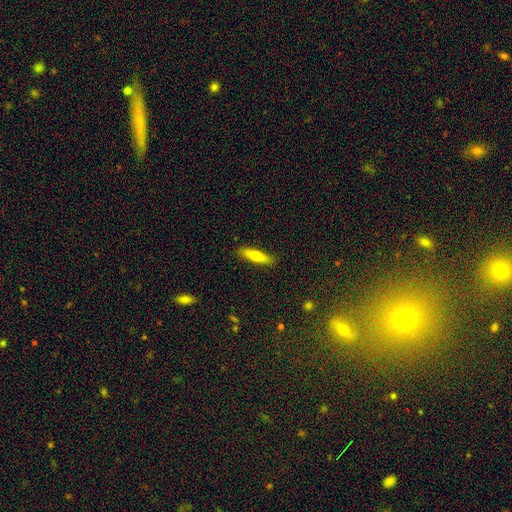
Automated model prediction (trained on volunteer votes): Morphology: type=smooth (70%); roundness=cigar-shaped (76%); merging=none (89%).